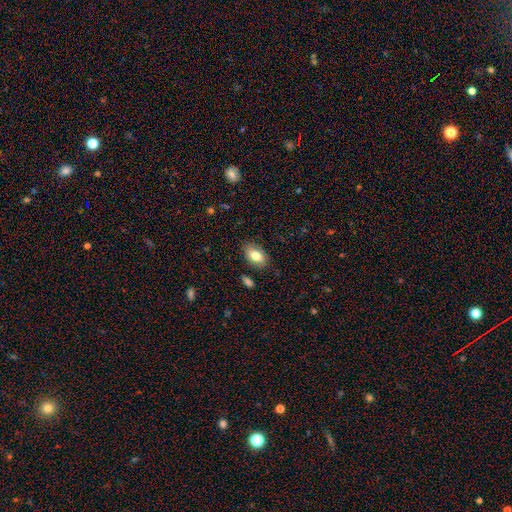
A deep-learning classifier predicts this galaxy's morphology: A smooth galaxy with no disk features (80%) that is in between round and cigar-shaped (91%). Merging: none (83%).